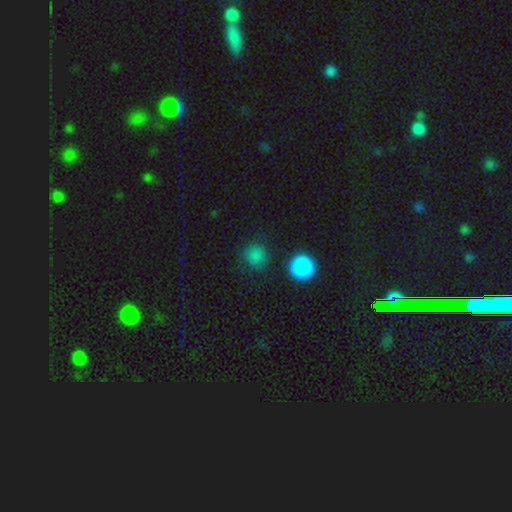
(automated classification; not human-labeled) smooth-or-featured: smooth: 81% | star or artifact: 15% | featured or disk: 5%
  how-rounded: round: 90% | in between: 9% | cigar-shaped: 1%
  merging: none: 80% | minor disturbance: 11% | major disturbance: 5% | merger: 3%